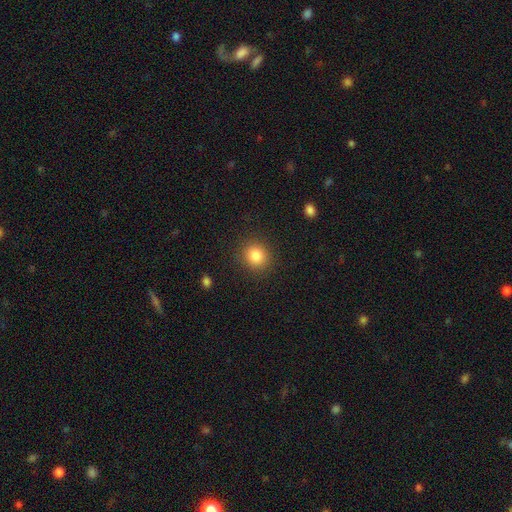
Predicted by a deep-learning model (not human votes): A smooth galaxy with no disk features (83%) that is round (87%).

Vote fractions:
- Smooth or featured? smooth: 83% / star or artifact: 11% / featured or disk: 6%
- How rounded? round: 87% / in between: 12% / cigar-shaped: 1%
- Merging? none: 90% / minor disturbance: 7% / major disturbance: 3% / merger: 1%